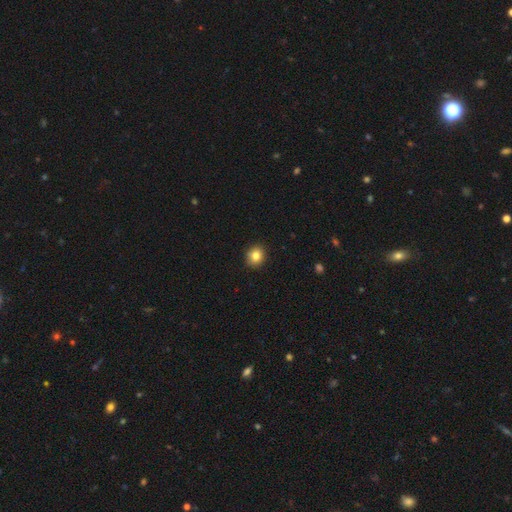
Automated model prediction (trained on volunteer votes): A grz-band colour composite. It shows a smooth galaxy with no disk features (83%) that is round (75%). Merging: none (88%).